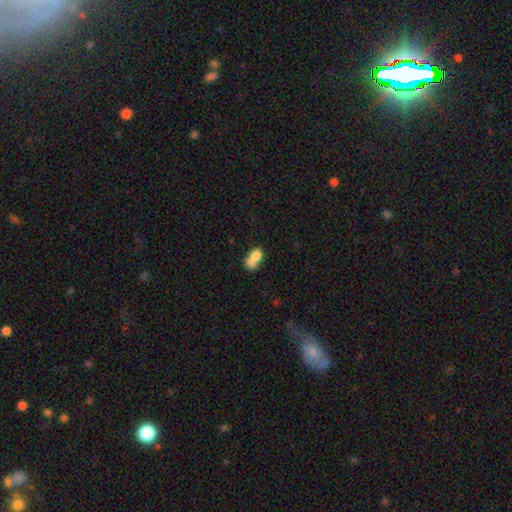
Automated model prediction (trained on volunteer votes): A smooth galaxy with no disk features (71%) that is in between round and cigar-shaped (68%). Merging: merger (59%).